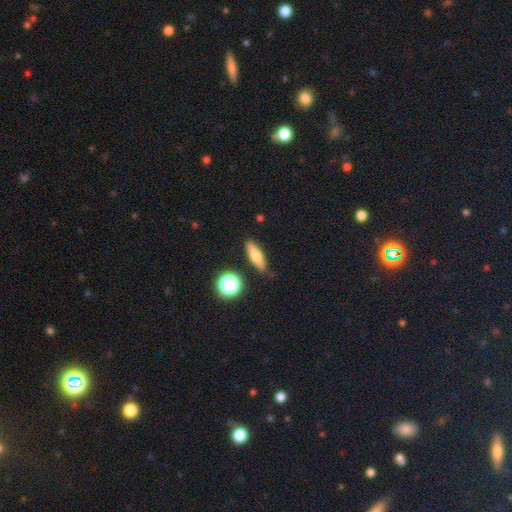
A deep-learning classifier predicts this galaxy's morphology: Smooth or featured? Predicted: smooth (p=0.69). How rounded? Predicted: cigar-shaped (p=0.56). Merging? Predicted: none (p=0.84).